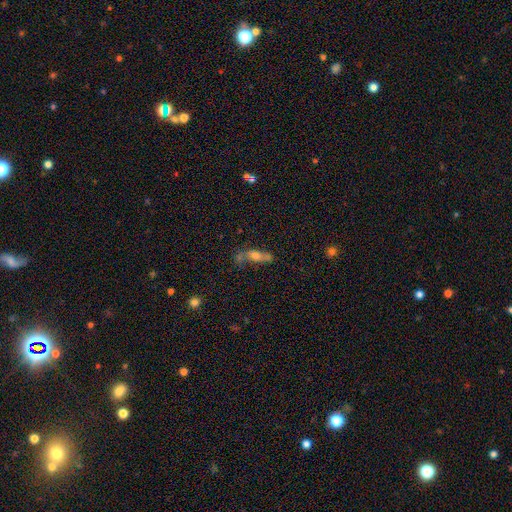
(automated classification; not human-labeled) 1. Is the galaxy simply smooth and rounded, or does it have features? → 51% smooth, 37% featured or disk, 12% star or artifact.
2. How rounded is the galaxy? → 51% in between, 43% cigar-shaped, 6% round.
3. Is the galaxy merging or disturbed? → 44% none, 22% merger, 21% minor disturbance, 13% major disturbance.